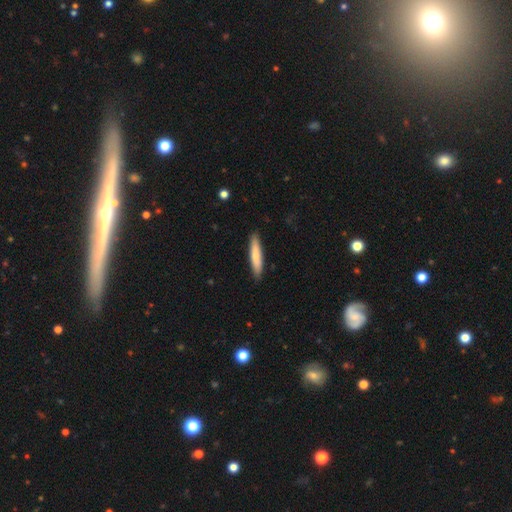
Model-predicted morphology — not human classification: smooth_or_featured: smooth (p=0.75) [alt: featured or disk p=0.20]
how_rounded: cigar-shaped (p=0.88) [alt: in between p=0.10]
merging: none (p=0.89) [alt: minor disturbance p=0.08]